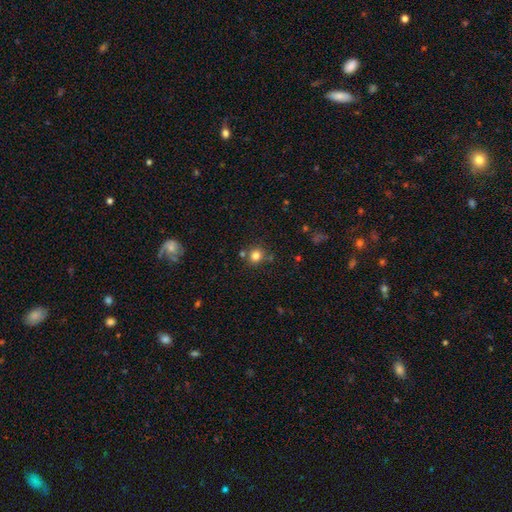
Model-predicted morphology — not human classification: Overall: smooth (80%). How rounded: round (87%). Merging: none (77%).